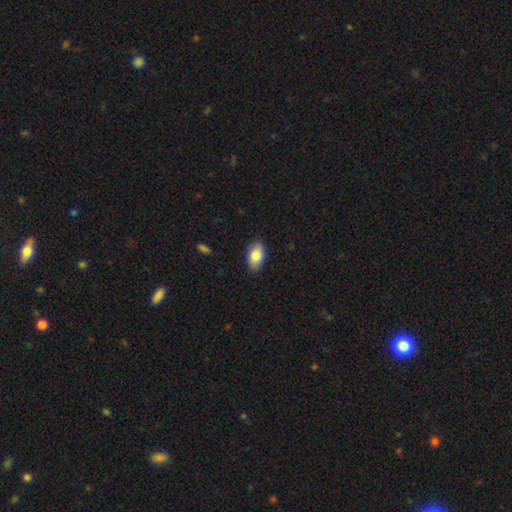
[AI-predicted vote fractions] Smooth or featured?
  - smooth: 84% *
  - featured or disk: 9%
  - star or artifact: 7%
How rounded?
  - in between: 93% *
  - round: 5%
  - cigar-shaped: 2%
Merging?
  - none: 86% *
  - minor disturbance: 11%
  - major disturbance: 2%
  - merger: 1%